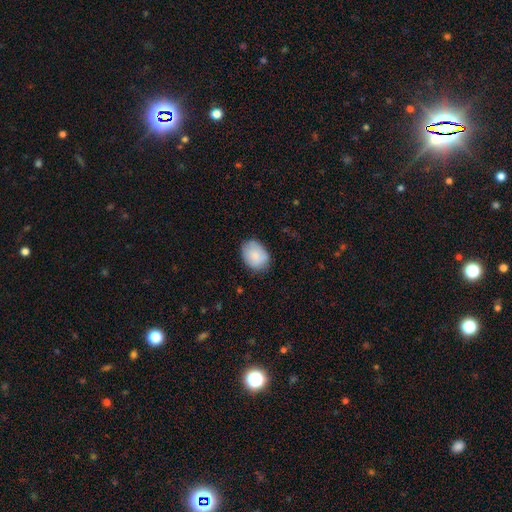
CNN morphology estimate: Smooth or featured? Predicted: smooth (p=0.85). How rounded? Predicted: in between (p=0.69). Merging? Predicted: none (p=0.75).